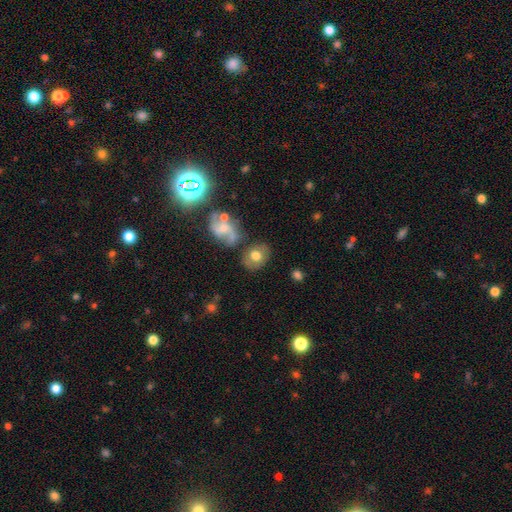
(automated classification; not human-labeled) Smooth or featured?
  - smooth: 68% *
  - featured or disk: 23%
  - star or artifact: 9%
How rounded?
  - round: 51% *
  - in between: 48%
  - cigar-shaped: 1%
Merging?
  - none: 70% *
  - minor disturbance: 15%
  - merger: 10%
  - major disturbance: 6%